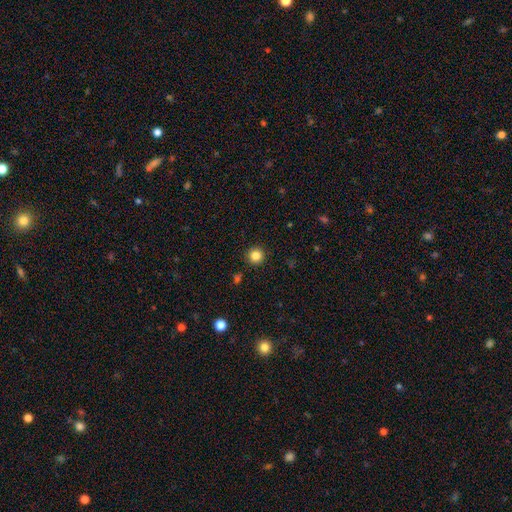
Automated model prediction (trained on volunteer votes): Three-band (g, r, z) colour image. It shows a smooth galaxy with no disk features (83%) that is round (95%). Merging: none (92%).